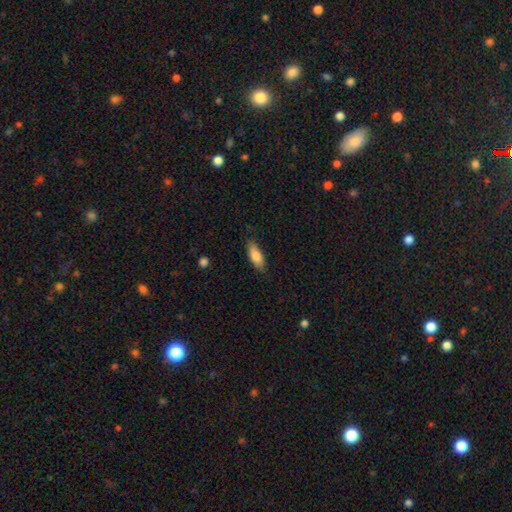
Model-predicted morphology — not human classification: type=smooth (81%); roundness=in between (66%); merging=none (84%).